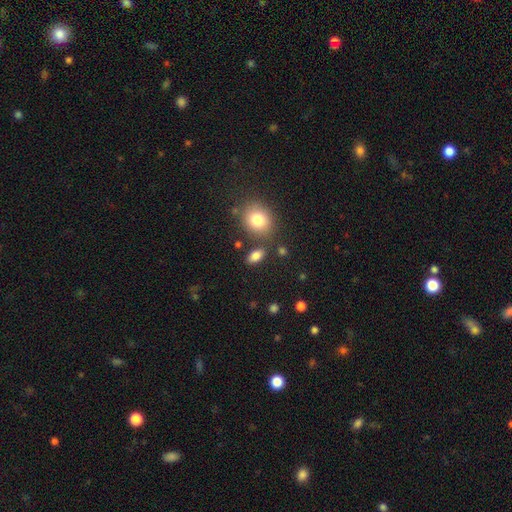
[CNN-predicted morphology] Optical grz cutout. It shows a smooth galaxy with no disk features (84%) that is in between round and cigar-shaped (86%). Merging: none (78%).